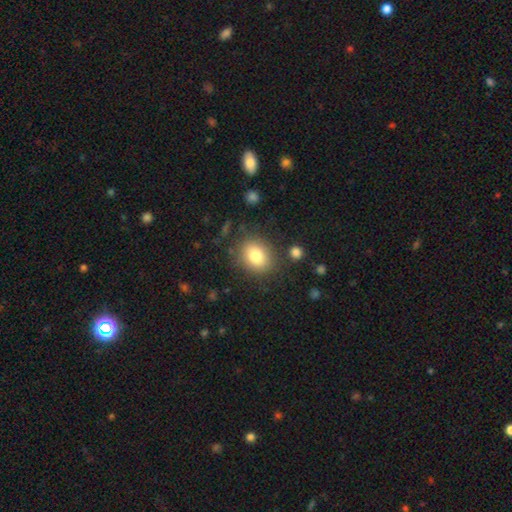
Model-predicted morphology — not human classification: smooth-or-featured: smooth: 81% | star or artifact: 9% | featured or disk: 9%
  how-rounded: round: 56% | in between: 43% | cigar-shaped: 1%
  merging: none: 82% | minor disturbance: 11% | major disturbance: 4% | merger: 3%